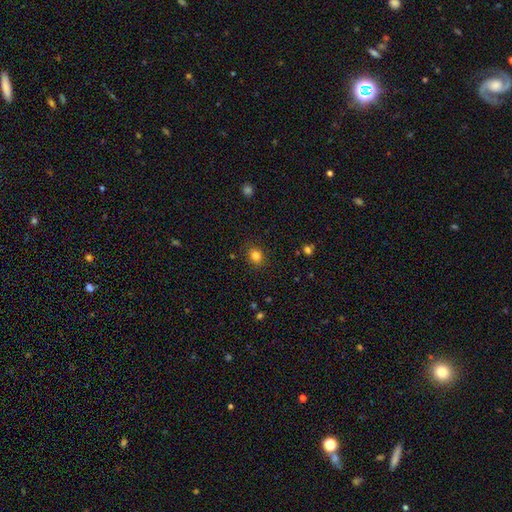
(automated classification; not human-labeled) A smooth galaxy with no disk features (83%) that is round (70%). Merging: none (88%).